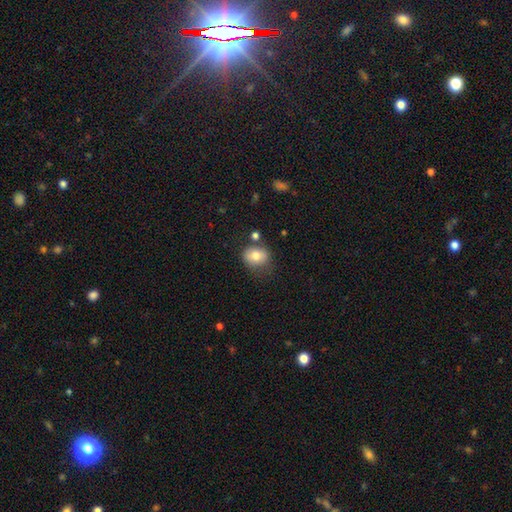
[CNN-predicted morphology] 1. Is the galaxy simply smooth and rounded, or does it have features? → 77% smooth, 14% featured or disk, 10% star or artifact.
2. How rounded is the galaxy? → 57% round, 42% in between, 1% cigar-shaped.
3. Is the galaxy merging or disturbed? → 62% none, 23% minor disturbance, 9% merger, 7% major disturbance.